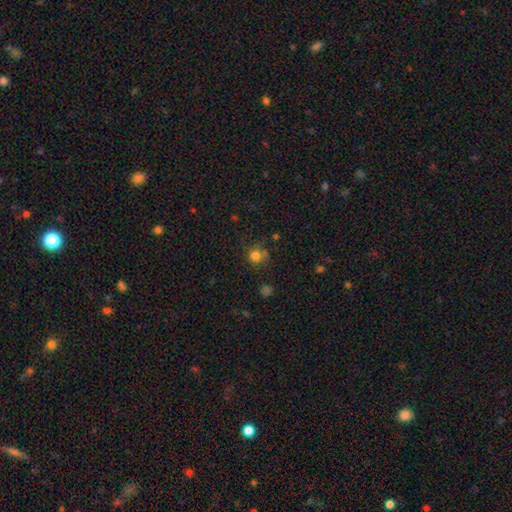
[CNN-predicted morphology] smooth 78%, star or artifact 14%, featured or disk 7%. Down the decision tree: how rounded — round (87%); merging — none (66%).